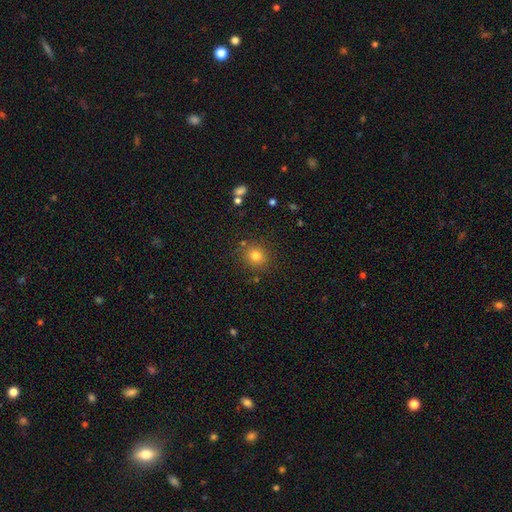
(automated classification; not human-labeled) Overall: smooth (78%). How rounded: round (82%). Merging: none (83%).